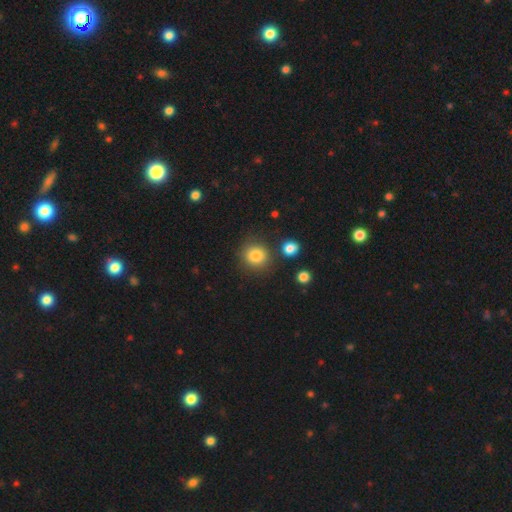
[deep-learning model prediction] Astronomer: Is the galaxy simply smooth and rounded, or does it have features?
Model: smooth — 83%.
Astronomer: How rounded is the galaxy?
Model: round — 87%.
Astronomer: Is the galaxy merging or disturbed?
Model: none — 81%.